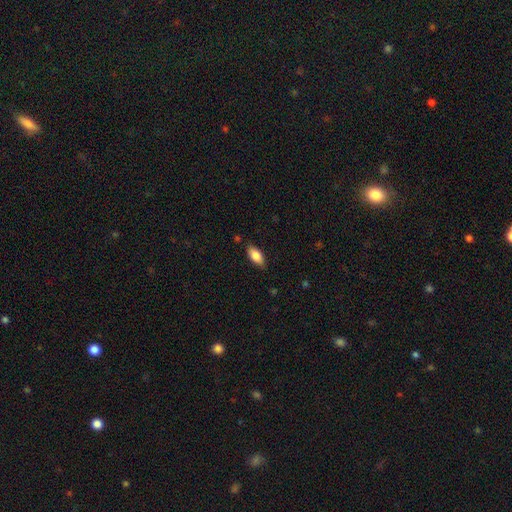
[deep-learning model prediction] This appears to be a smooth galaxy with no disk features (82%) that is in between round and cigar-shaped (88%). Merging: none (83%).